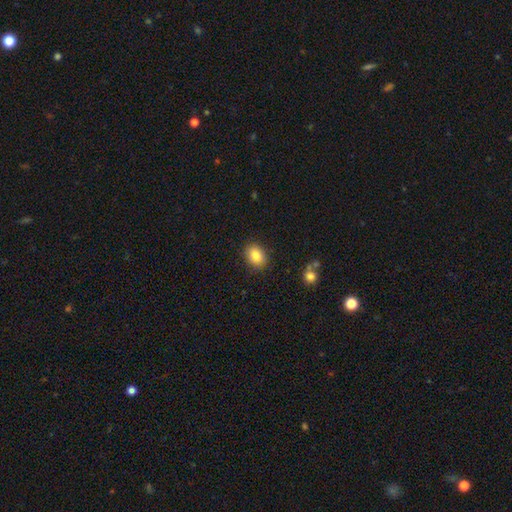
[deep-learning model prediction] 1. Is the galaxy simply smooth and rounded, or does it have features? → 85% smooth, 9% star or artifact, 6% featured or disk.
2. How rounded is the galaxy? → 64% in between, 35% round, 1% cigar-shaped.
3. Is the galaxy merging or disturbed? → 86% none, 10% minor disturbance, 3% major disturbance, 1% merger.